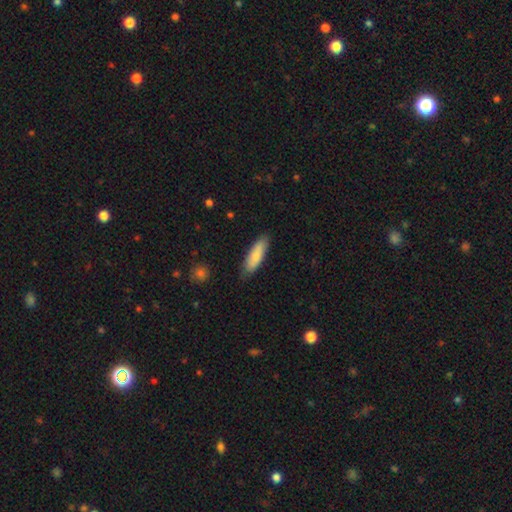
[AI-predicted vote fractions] The model was most divided on "how rounded": in between: 50%, cigar-shaped: 48%, round: 2%. More confident: merging — none (78%); smooth or featured — smooth (76%).